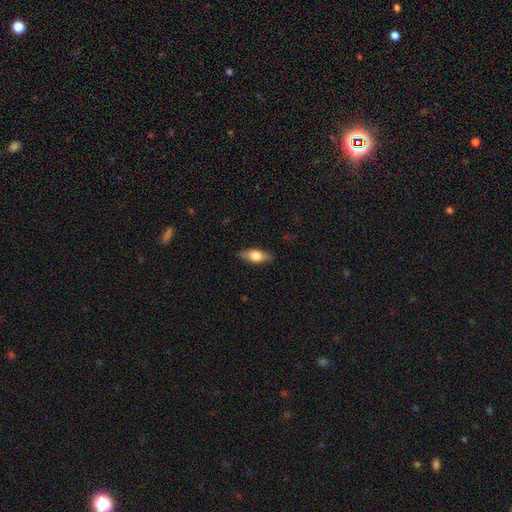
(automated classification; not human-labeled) A smooth galaxy with no disk features (64%) that is in between round and cigar-shaped (75%).

Vote fractions:
- Smooth or featured? smooth: 64% / featured or disk: 30% / star or artifact: 6%
- How rounded? in between: 75% / cigar-shaped: 22% / round: 4%
- Merging? none: 86% / minor disturbance: 10% / major disturbance: 2% / merger: 1%